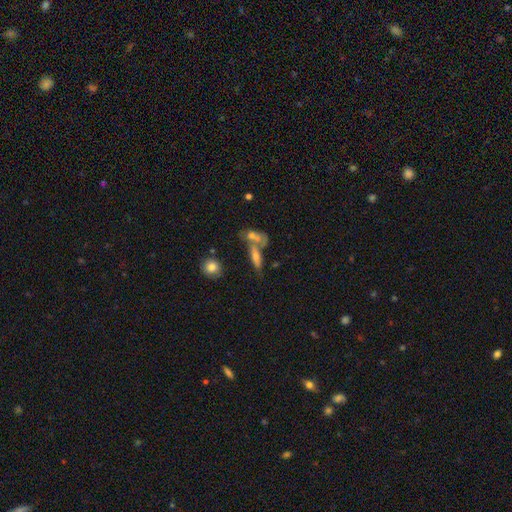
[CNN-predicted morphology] smooth_or_featured: smooth (p=0.42) [alt: featured or disk p=0.41]
merging: merger (p=0.42) [alt: none p=0.38]